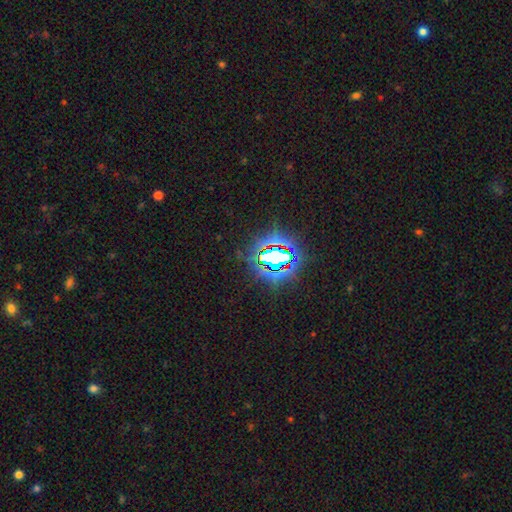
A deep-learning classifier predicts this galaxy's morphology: smooth-or-featured: star or artifact: 81% | smooth: 11% | featured or disk: 8%